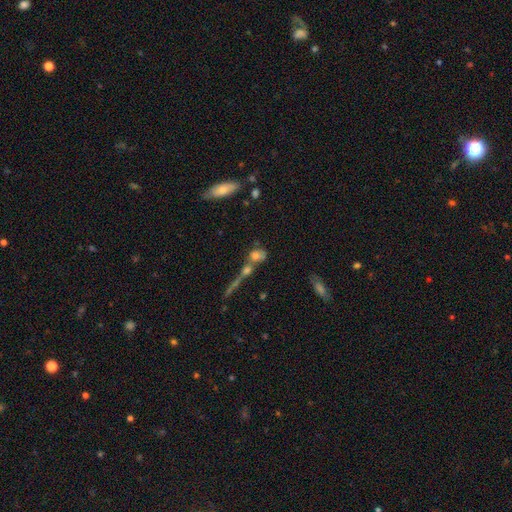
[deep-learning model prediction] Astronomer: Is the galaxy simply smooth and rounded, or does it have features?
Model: smooth — 65%.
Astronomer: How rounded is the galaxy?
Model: in between — 52% (runner-up: round, 38%).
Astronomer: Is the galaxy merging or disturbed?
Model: merger — 51% (runner-up: none, 32%).